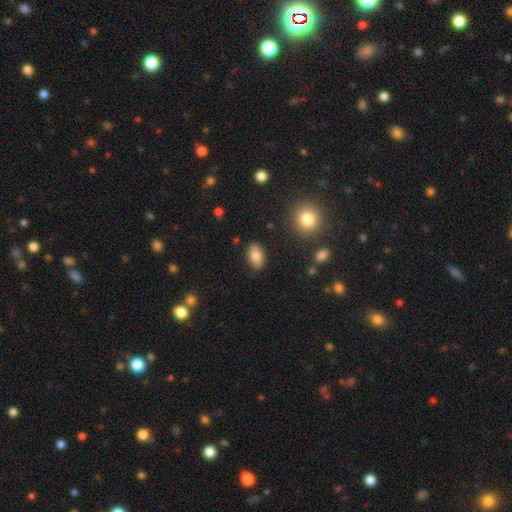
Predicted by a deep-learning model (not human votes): Morphology: type=smooth (82%); roundness=in between (89%); merging=none (86%).